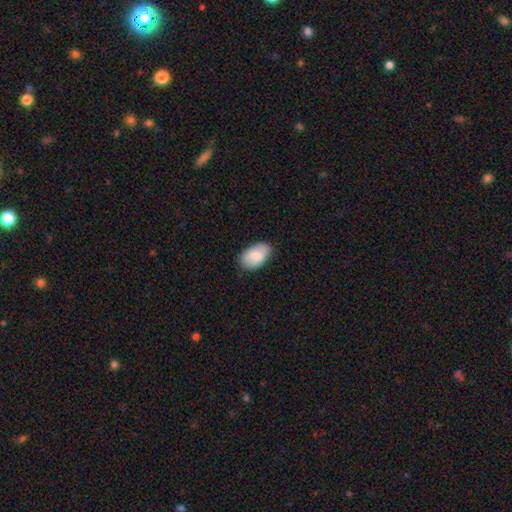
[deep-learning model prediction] Smooth or featured? smooth (82%)
How rounded? in between (93%)
Merging? none (80%)